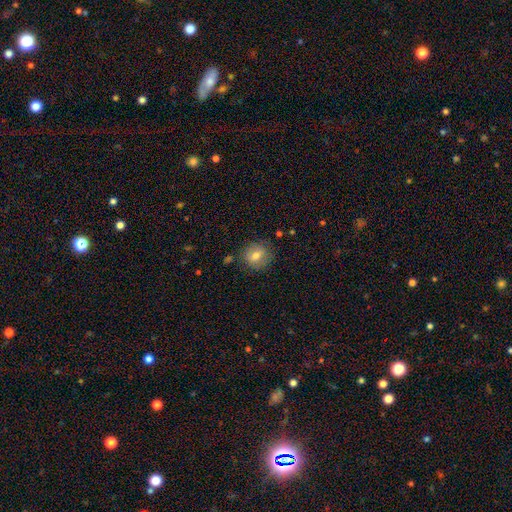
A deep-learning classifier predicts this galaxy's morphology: A smooth galaxy with no disk features (72%) that is round (76%). Merging: none (81%).